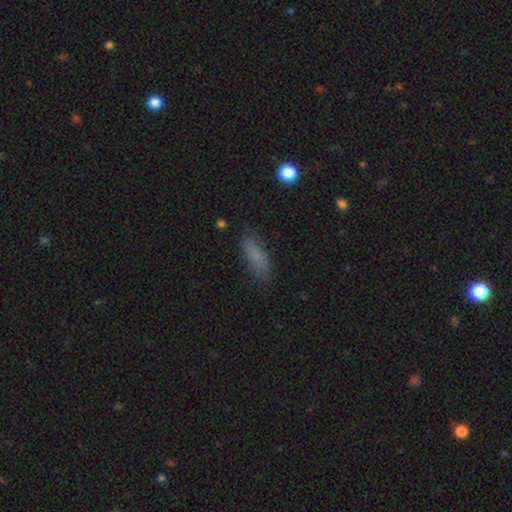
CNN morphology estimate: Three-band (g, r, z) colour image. It shows a smooth galaxy with no disk features (79%) that is in between round and cigar-shaped (61%). Merging: none (79%).